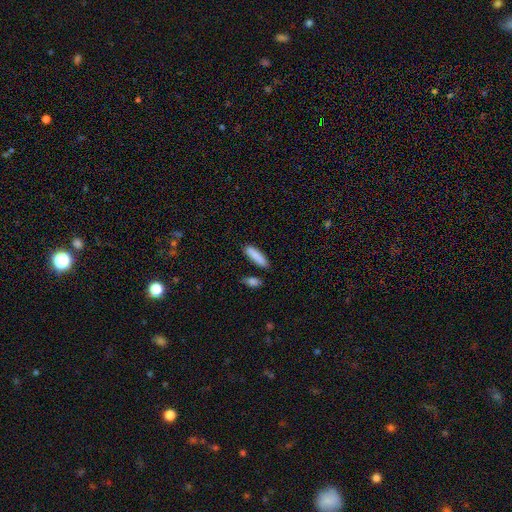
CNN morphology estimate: type=smooth (87%); roundness=cigar-shaped (70%); merging=none (79%).